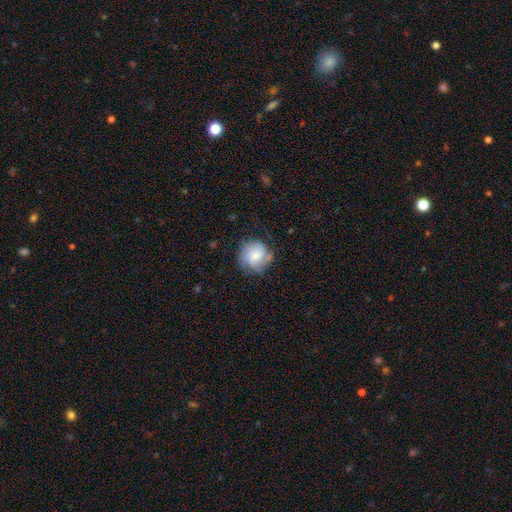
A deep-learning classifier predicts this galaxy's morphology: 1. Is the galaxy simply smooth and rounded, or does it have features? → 51% featured or disk, 42% smooth, 8% star or artifact.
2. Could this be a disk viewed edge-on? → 98% no, 2% yes.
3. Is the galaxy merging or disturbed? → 70% none, 21% minor disturbance, 8% major disturbance, 1% merger.